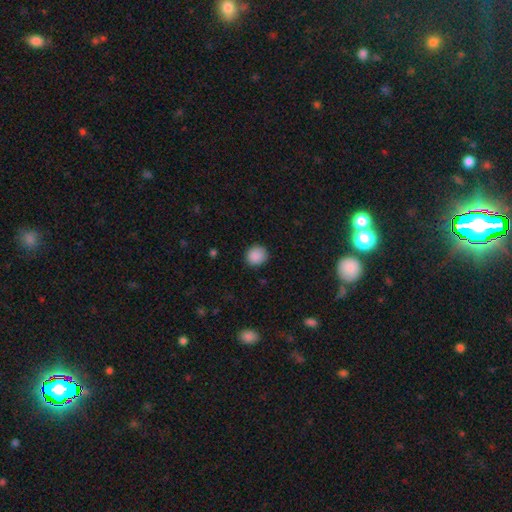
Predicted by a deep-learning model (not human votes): smooth_or_featured: smooth (p=0.89) [alt: star or artifact p=0.09]
how_rounded: round (p=0.89) [alt: in between p=0.10]
merging: none (p=0.89) [alt: minor disturbance p=0.08]